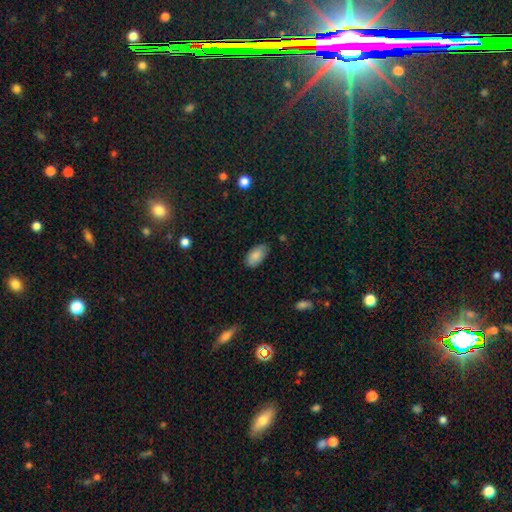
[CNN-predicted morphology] Q: Smooth or featured?
A: smooth (86%); runner-up: star or artifact (7%)
Q: How rounded?
A: in between (94%); runner-up: cigar-shaped (3%)
Q: Merging?
A: none (79%); runner-up: minor disturbance (16%)